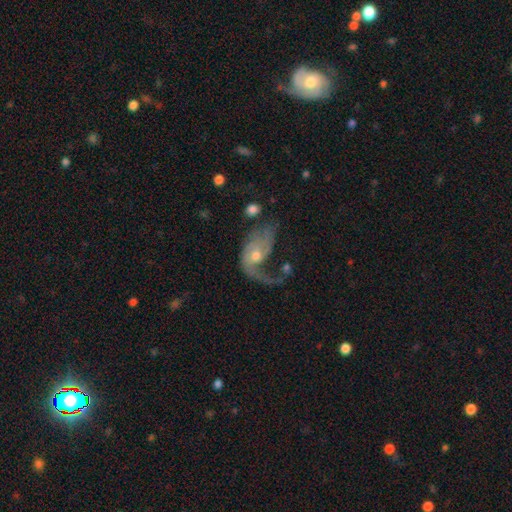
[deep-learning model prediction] A featured or disk galaxy (73%) with no bar (70%), 1 (49%) loose (70%) spiral arms (84%) and a moderate central bulge (51%).

Vote fractions:
- Smooth or featured? featured or disk: 73% / smooth: 19% / star or artifact: 8%
- Edge-on disk? no: 96% / yes: 4%
- Bar? no: 70% / weak: 25% / strong: 5%
- Spiral arms? yes: 84% / no: 16%
- Spiral winding? loose: 70% / medium: 22% / tight: 7%
- Spiral arm count? 1: 49% / 2: 36% / can't tell: 8% / 3: 3% / 4: 2% / more than 4: 2%
- Bulge size? moderate: 51% / small: 41% / large: 4% / none: 2% / dominant: 1%
- Merging? major disturbance: 51% / none: 25% / minor disturbance: 16% / merger: 8%